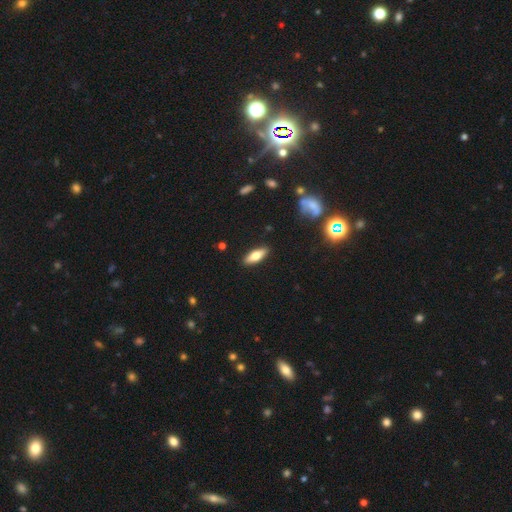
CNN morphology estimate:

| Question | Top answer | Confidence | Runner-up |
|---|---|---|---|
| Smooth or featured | smooth | 67% | featured or disk (27%) |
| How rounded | in between | 64% | cigar-shaped (33%) |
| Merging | none | 89% | minor disturbance (8%) |